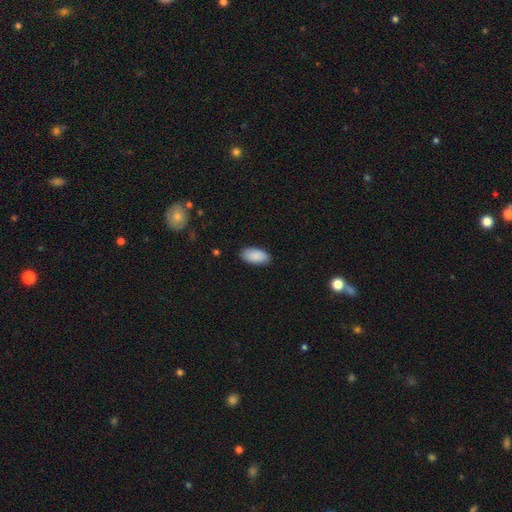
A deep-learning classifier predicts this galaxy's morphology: smooth-or-featured: smooth: 89% | star or artifact: 6% | featured or disk: 4%
  how-rounded: in between: 94% | cigar-shaped: 3% | round: 2%
  merging: none: 87% | minor disturbance: 10% | major disturbance: 2% | merger: 1%